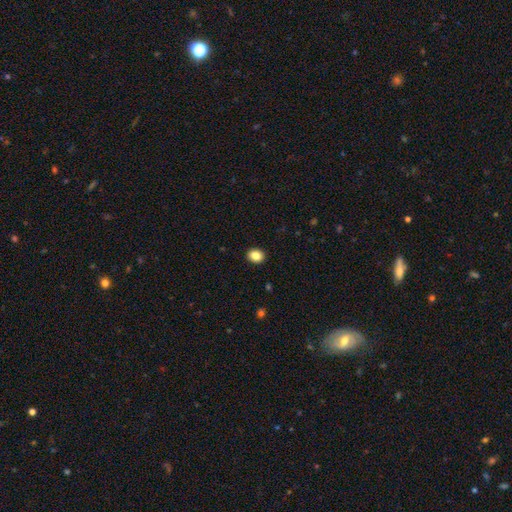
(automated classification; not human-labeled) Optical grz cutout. It shows a smooth galaxy with no disk features (86%) that is round (50%). Merging: none (91%).